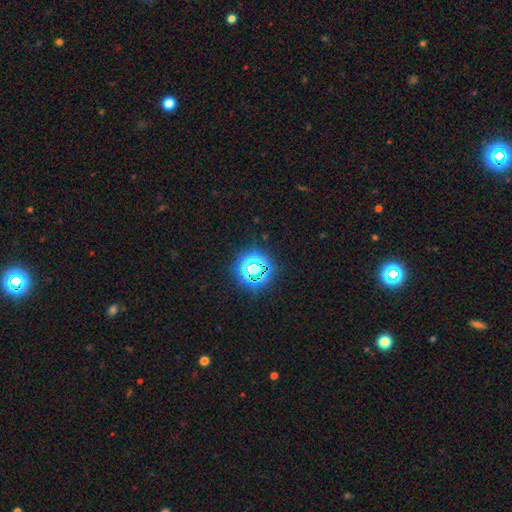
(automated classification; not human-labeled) Smooth or featured? Predicted: star or artifact (p=0.75).